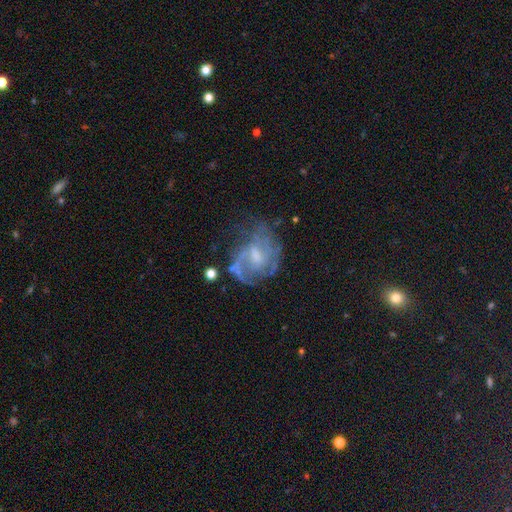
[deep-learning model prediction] smooth-or-featured: featured or disk: 78% | smooth: 14% | star or artifact: 8%
  disk-edge-on: no: 97% | yes: 3%
    bar: weak: 54% | no: 36% | strong: 11%
    has-spiral-arms: yes: 81% | no: 19%
      spiral-winding: medium: 43% | tight: 32% | loose: 26%
      spiral-arm-count: can't tell: 37% | 2: 30% | 3: 13% | 1: 13% | 4: 5% | more than 4: 4%
    bulge-size: small: 44% | moderate: 38% | none: 15% | large: 3% | dominant: 1%
  merging: none: 47% | major disturbance: 26% | minor disturbance: 23% | merger: 4%